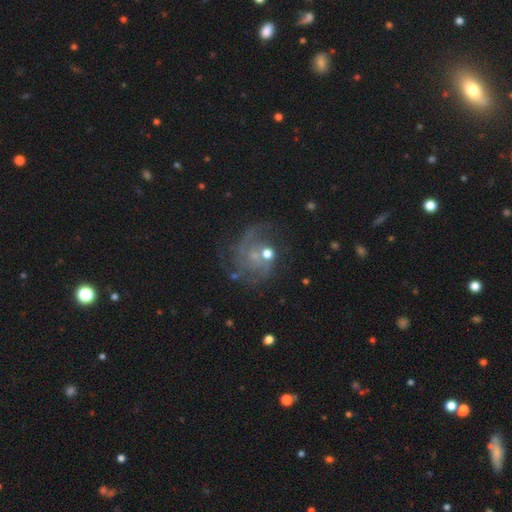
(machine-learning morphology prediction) A featured or disk galaxy (76%) with no bar (68%), 2 (31%) medium (45%) spiral arms (88%) and a small central bulge (51%).

Vote fractions:
- Smooth or featured? featured or disk: 76% / smooth: 12% / star or artifact: 12%
- Edge-on disk? no: 98% / yes: 2%
- Bar? no: 68% / weak: 28% / strong: 4%
- Spiral arms? yes: 88% / no: 12%
- Spiral winding? medium: 45% / tight: 32% / loose: 23%
- Spiral arm count? 2: 31% / can't tell: 28% / 3: 19% / 1: 10% / 4: 7% / more than 4: 6%
- Bulge size? small: 51% / moderate: 33% / none: 11% / large: 3% / dominant: 1%
- Merging? none: 57% / major disturbance: 19% / minor disturbance: 17% / merger: 8%